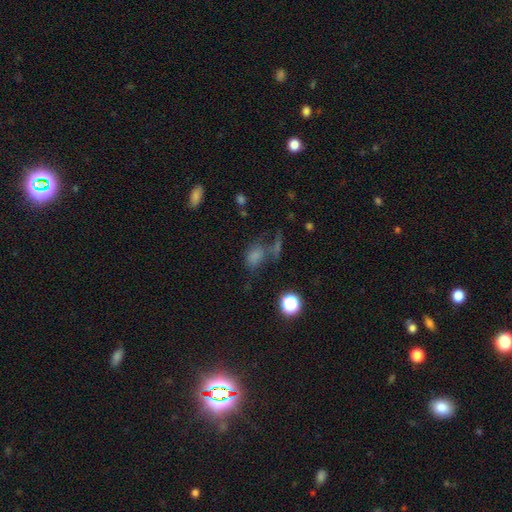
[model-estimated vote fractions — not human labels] This is likely a smooth galaxy (68%). How rounded: likely in between (67%). Merging: marginally none (45%).